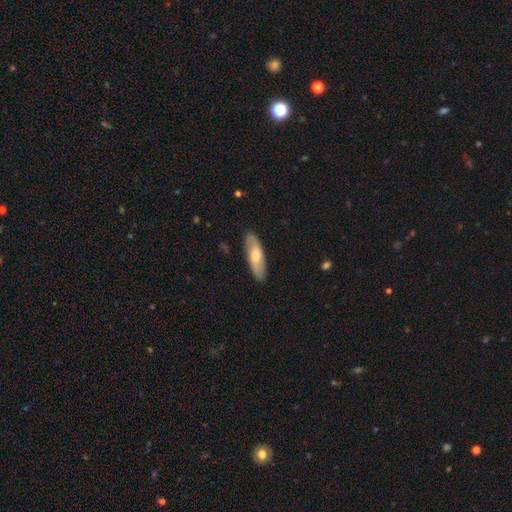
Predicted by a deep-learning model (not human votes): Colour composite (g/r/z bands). It shows a smooth galaxy with no disk features (63%) that is in between round and cigar-shaped (49%, tied with cigar-shaped). Merging: none (86%).